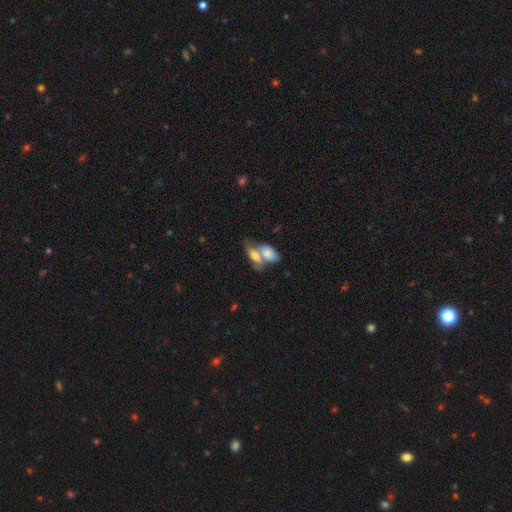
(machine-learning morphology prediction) smooth-or-featured: smooth: 71% | featured or disk: 22% | star or artifact: 7%
  how-rounded: in between: 83% | cigar-shaped: 9% | round: 7%
  merging: merger: 66% | none: 22% | minor disturbance: 8% | major disturbance: 5%